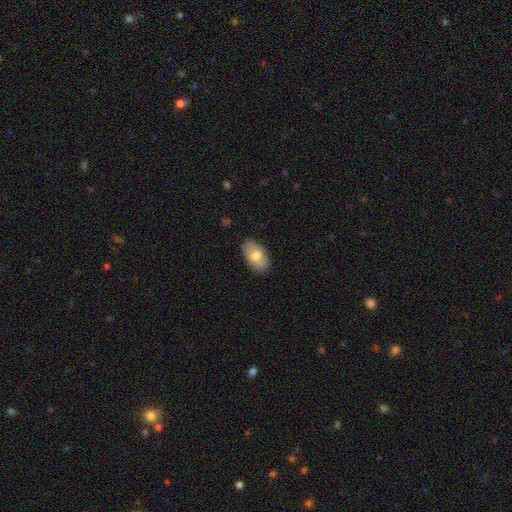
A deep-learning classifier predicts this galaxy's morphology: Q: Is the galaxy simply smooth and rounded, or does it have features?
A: smooth — 76%.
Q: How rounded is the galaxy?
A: in between — 94%.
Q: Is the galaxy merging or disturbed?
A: none — 86%.